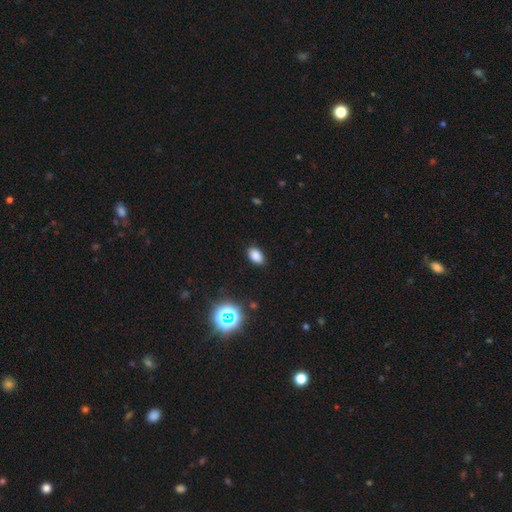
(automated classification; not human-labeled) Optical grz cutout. It shows a smooth galaxy with no disk features (81%) that is in between round and cigar-shaped (88%). Merging: none (85%).